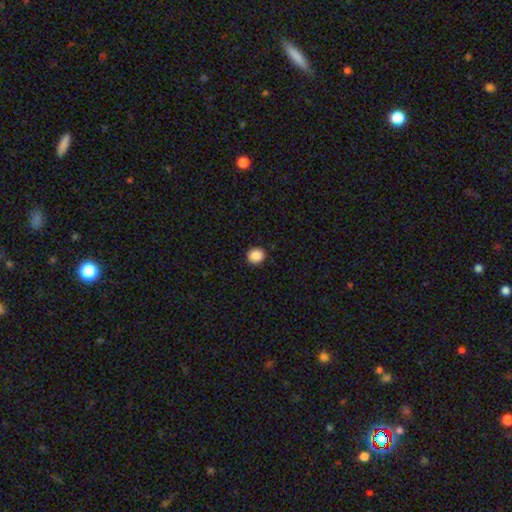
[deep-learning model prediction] Q: Smooth or featured?
A: smooth (88%); runner-up: star or artifact (9%)
Q: How rounded?
A: round (86%); runner-up: in between (13%)
Q: Merging?
A: none (92%); runner-up: minor disturbance (5%)